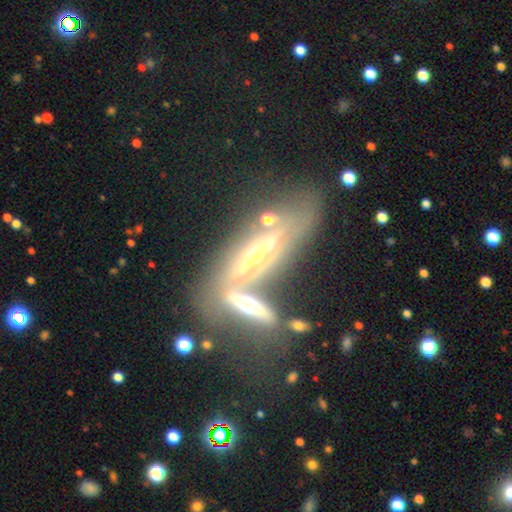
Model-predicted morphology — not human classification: featured or disk 74%, smooth 18%, star or artifact 9%. Down the decision tree: edge-on disk — yes (81%); edge-on bulge — rounded (80%); merging — merger (47%).